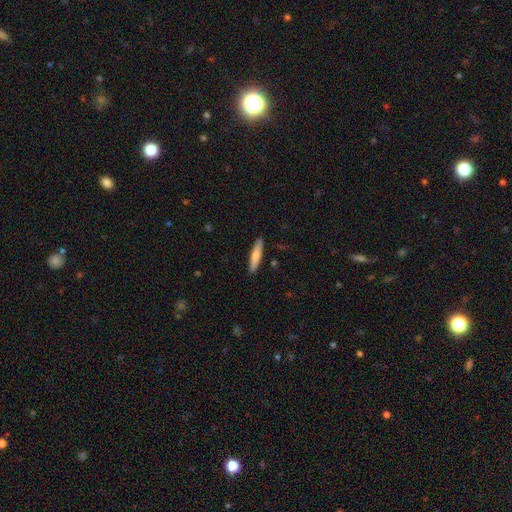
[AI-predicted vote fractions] smooth 73%, featured or disk 22%, star or artifact 5%. Down the decision tree: how rounded — cigar-shaped (87%); merging — none (90%).